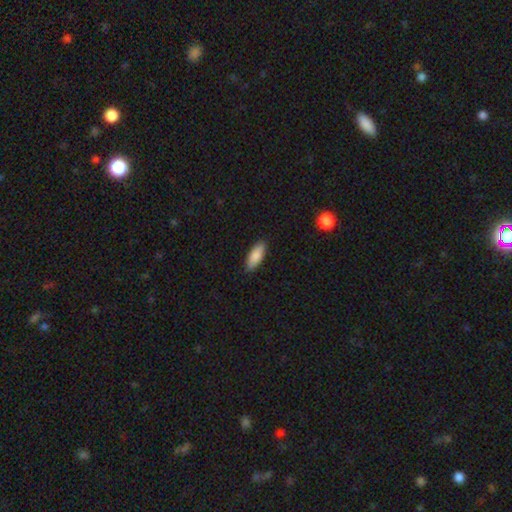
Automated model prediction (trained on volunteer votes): Smooth or featured? Predicted: smooth (p=0.88). How rounded? Predicted: in between (p=0.76). Merging? Predicted: none (p=0.88).